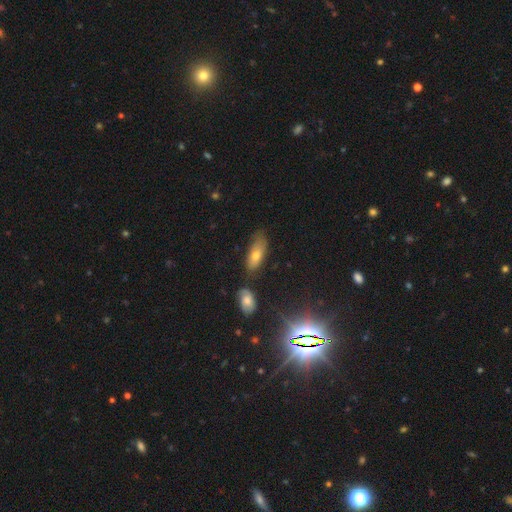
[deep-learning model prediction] Smooth or featured: smooth — 55% (featured or disk — 24%)
How rounded: in between — 72% (cigar-shaped — 24%)
Merging: none — 67% (minor disturbance — 21%)